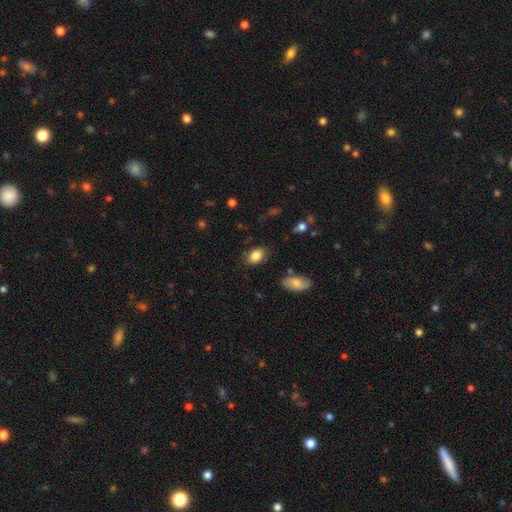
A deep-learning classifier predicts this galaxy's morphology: Smooth or featured? Predicted: smooth (p=0.85). How rounded? Predicted: in between (p=0.85). Merging? Predicted: none (p=0.79).